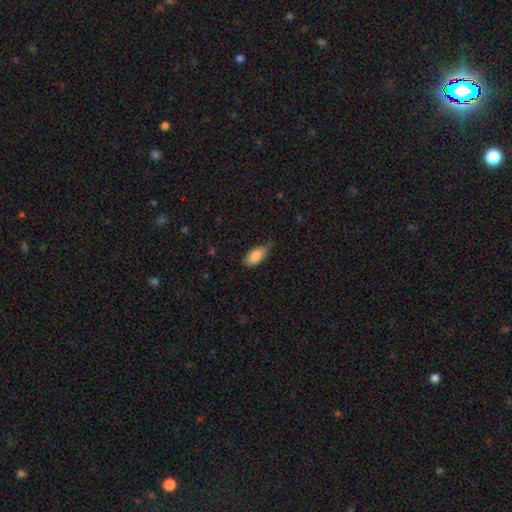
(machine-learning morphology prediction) Q: Smooth or featured?
A: smooth (85%); runner-up: featured or disk (9%)
Q: How rounded?
A: in between (91%); runner-up: cigar-shaped (6%)
Q: Merging?
A: none (64%); runner-up: minor disturbance (30%)